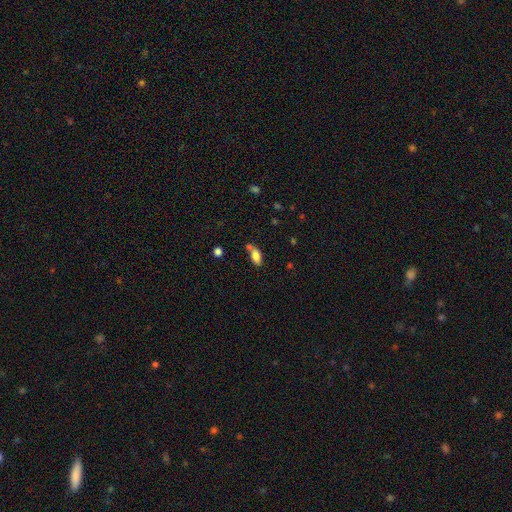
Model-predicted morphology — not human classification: The model was most divided on "merging": none: 52%, merger: 24%, minor disturbance: 18%, major disturbance: 6%. More confident: how rounded — in between (87%); smooth or featured — smooth (81%).